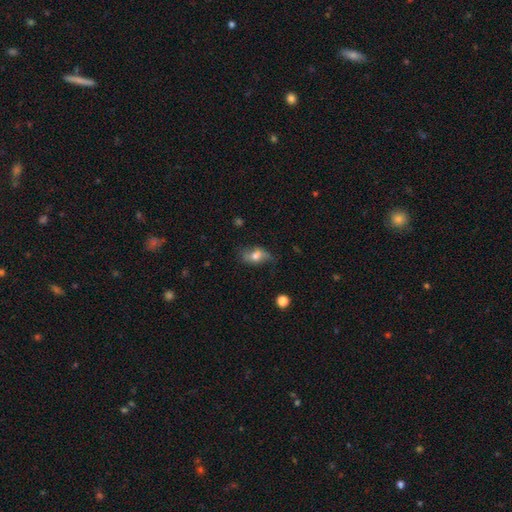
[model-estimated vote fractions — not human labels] Overall: smooth (58%; featured or disk 33%). How rounded: in between (82%). Merging: none (55%; minor disturbance 29%).